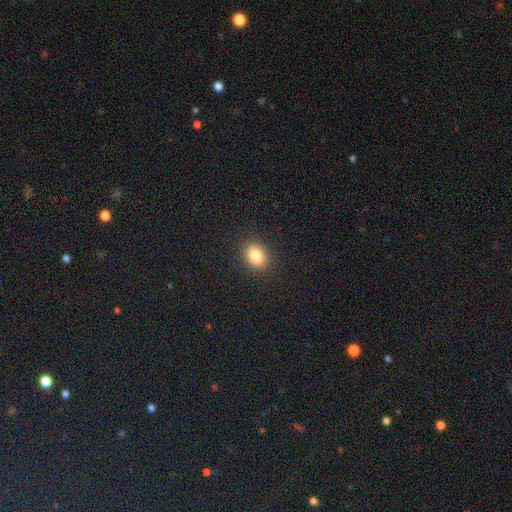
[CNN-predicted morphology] A smooth galaxy with no disk features (84%) that is in between round and cigar-shaped (59%). Merging: none (88%).